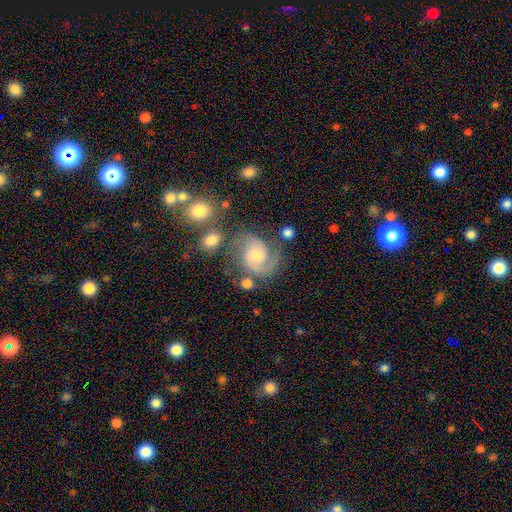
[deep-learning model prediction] This is clearly a featured or disk galaxy (85%). It is clearly not viewed edge-on (98%). Bar: likely no (62%). Spiral arm pattern: clearly yes (97%). Spiral arm count: likely 2 (80%). Spiral winding: possibly medium (49%). Central bulge: marginally small (44%, tied with moderate). Merging: likely none (65%).